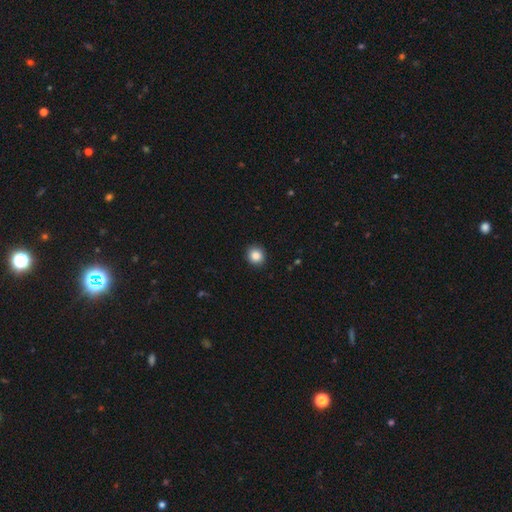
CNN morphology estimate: Overall: smooth (86%). How rounded: round (90%). Merging: none (91%).